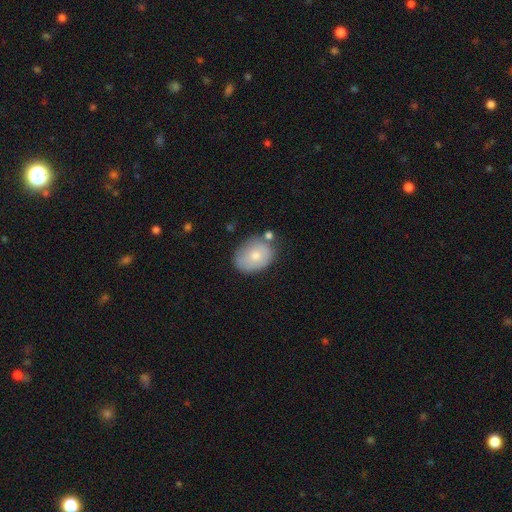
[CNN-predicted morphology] The model was most divided on "how rounded": in between: 65%, round: 34%, cigar-shaped: 1%. More confident: smooth or featured — smooth (71%); merging — none (65%).